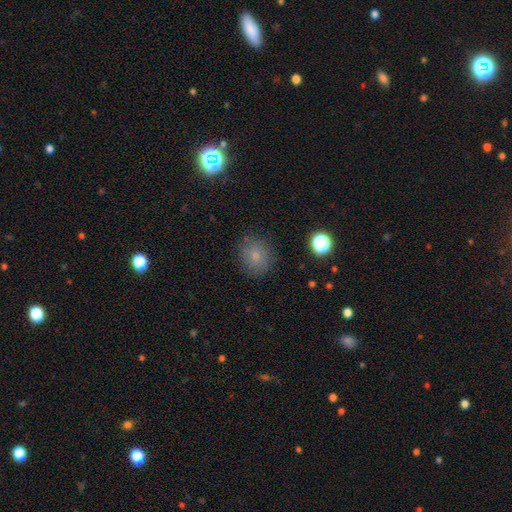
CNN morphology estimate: smooth_or_featured: smooth (p=0.78) [alt: star or artifact p=0.12]
how_rounded: round (p=0.70) [alt: in between p=0.29]
merging: none (p=0.83) [alt: minor disturbance p=0.12]